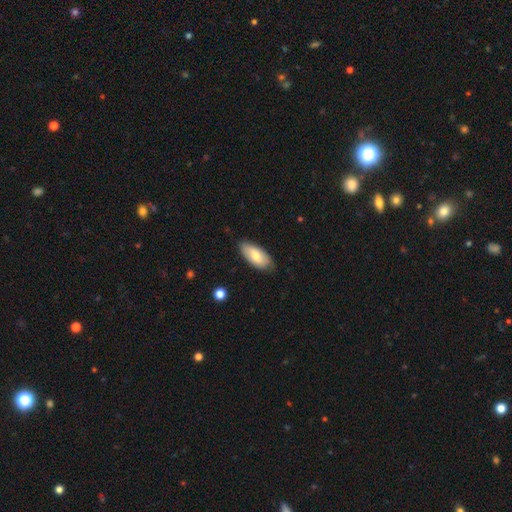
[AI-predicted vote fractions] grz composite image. It shows a smooth galaxy with no disk features (74%) that is in between round and cigar-shaped (91%). Merging: none (81%).